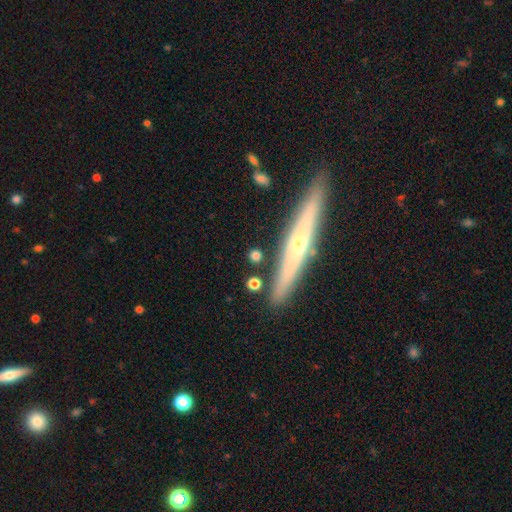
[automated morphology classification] The model was most divided on "how rounded": round: 53%, cigar-shaped: 29%, in between: 18%. More confident: merging — none (84%); smooth or featured — smooth (70%).